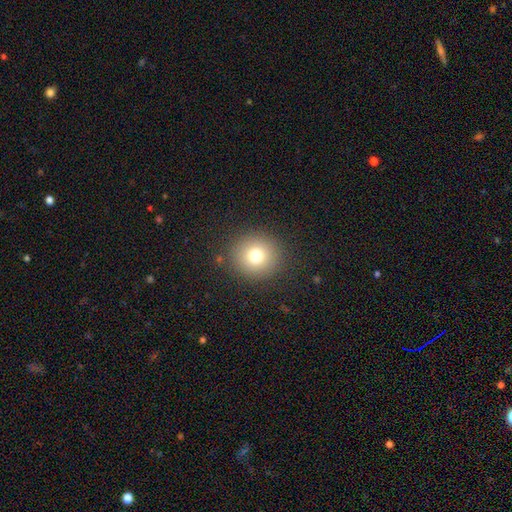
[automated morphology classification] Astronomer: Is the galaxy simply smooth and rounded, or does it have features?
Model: smooth — 76%.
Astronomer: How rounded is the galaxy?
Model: round — 93%.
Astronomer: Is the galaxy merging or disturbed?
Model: none — 89%.